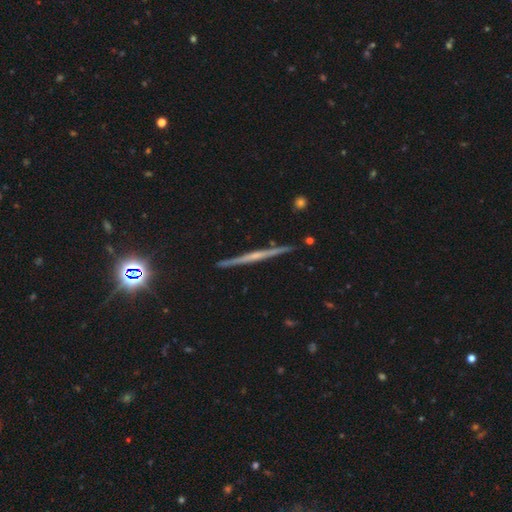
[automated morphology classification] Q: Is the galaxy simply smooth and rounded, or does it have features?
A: featured or disk — 76%.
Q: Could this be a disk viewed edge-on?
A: yes — 98%.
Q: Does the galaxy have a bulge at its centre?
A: rounded — 48%.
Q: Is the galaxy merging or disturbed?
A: none — 91%.